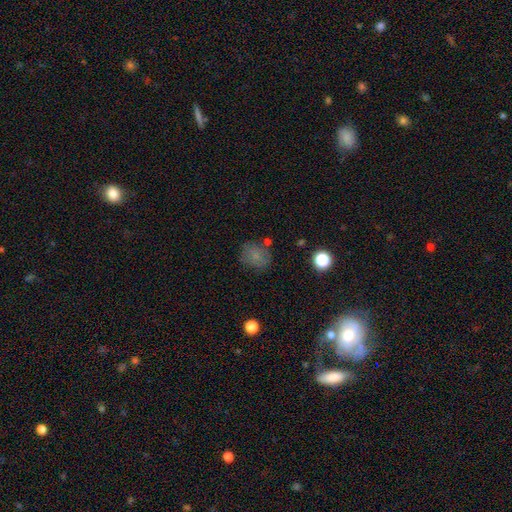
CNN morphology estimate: This is likely a smooth galaxy (73%). How rounded: likely round (68%). Merging: likely none (73%).